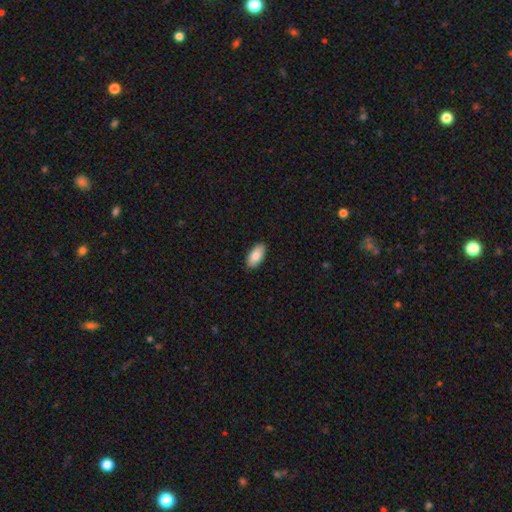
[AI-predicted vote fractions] Smooth or featured? smooth (85%)
How rounded? in between (93%)
Merging? none (90%)